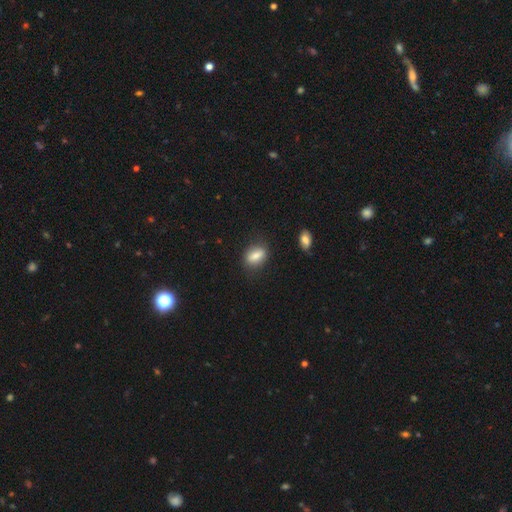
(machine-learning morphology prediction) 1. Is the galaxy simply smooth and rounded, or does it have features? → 80% smooth, 12% featured or disk, 8% star or artifact.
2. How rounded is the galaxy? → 79% in between, 15% round, 6% cigar-shaped.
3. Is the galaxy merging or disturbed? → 78% none, 15% minor disturbance, 4% major disturbance, 3% merger.